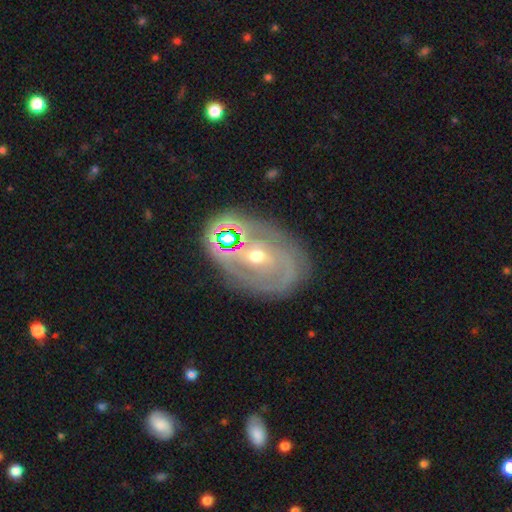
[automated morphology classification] Smooth or featured: featured or disk — 78% (smooth — 12%)
Edge-on disk: no — 96% (yes — 4%)
Bar: no — 43% (weak — 37%)
Spiral arms: yes — 81% (no — 19%)
Spiral winding: tight — 52% (medium — 35%)
Spiral arm count: 2 — 54% (can't tell — 26%)
Bulge size: small — 50% (moderate — 46%)
Merging: none — 65% (minor disturbance — 15%)